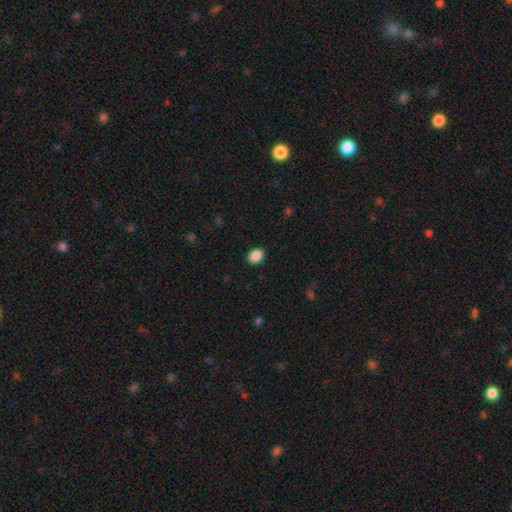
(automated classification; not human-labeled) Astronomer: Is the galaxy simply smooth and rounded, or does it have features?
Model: smooth — 89%.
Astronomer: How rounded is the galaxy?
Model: in between — 64%.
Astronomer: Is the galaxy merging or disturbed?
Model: none — 90%.